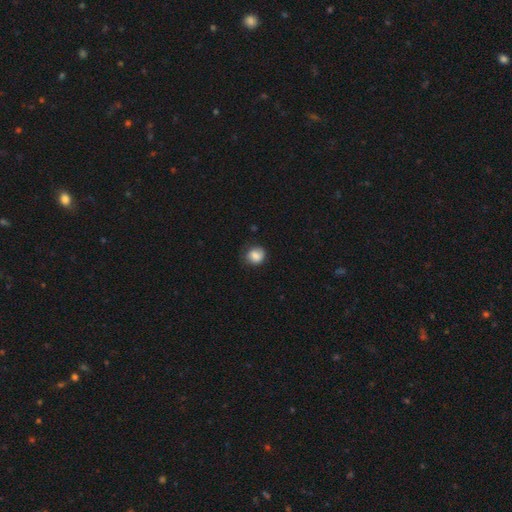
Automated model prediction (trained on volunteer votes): Smooth or featured: smooth — 80% (featured or disk — 12%)
How rounded: round — 73% (in between — 26%)
Merging: none — 68% (minor disturbance — 24%)